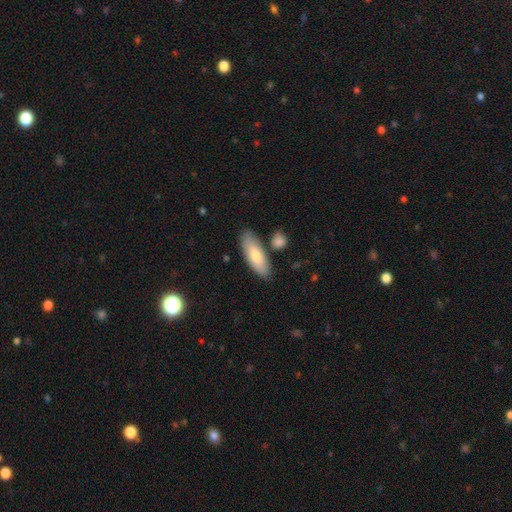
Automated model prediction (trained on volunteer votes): smooth_or_featured: smooth (p=0.76) [alt: featured or disk p=0.19]
how_rounded: in between (p=0.66) [alt: cigar-shaped p=0.32]
merging: none (p=0.79) [alt: minor disturbance p=0.12]